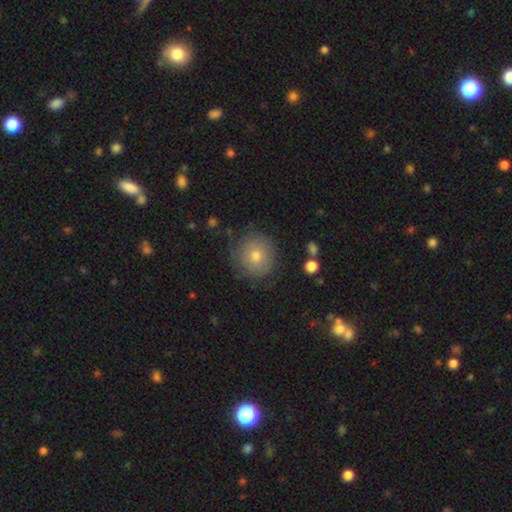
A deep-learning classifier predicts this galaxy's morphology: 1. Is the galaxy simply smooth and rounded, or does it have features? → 70% smooth, 20% featured or disk, 10% star or artifact.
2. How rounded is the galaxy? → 91% round, 8% in between, 1% cigar-shaped.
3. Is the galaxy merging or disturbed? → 79% none, 14% minor disturbance, 5% major disturbance, 2% merger.